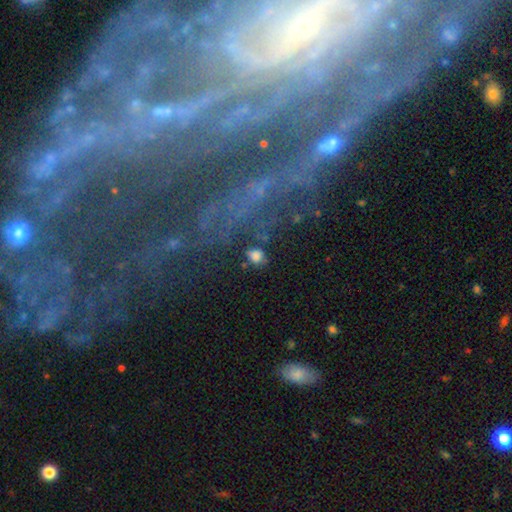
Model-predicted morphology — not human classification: This appears to be a smooth galaxy with no disk features (70%) that is round (64%). Merging: none (69%).